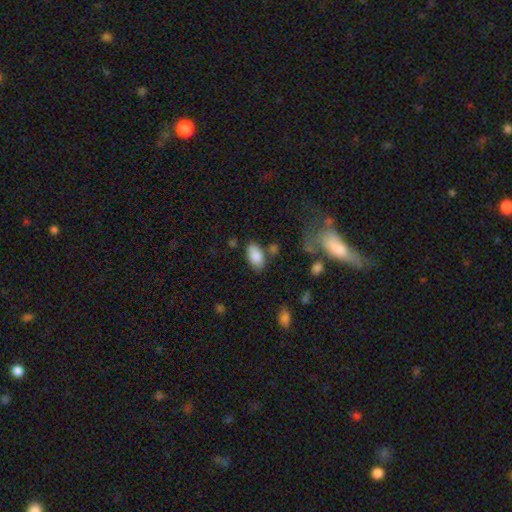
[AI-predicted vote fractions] Morphology: type=smooth (86%); roundness=in between (94%); merging=none (71%).